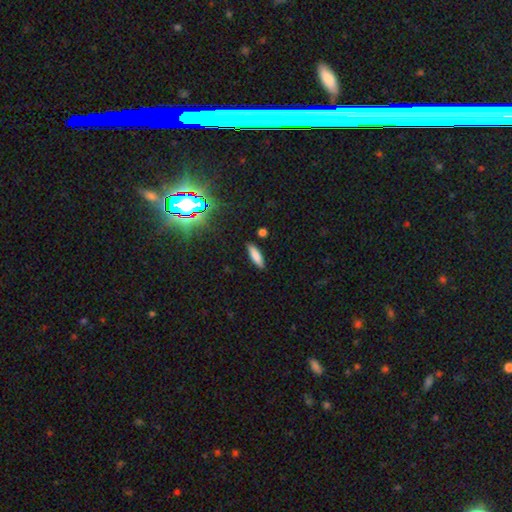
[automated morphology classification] A smooth galaxy with no disk features (80%) that is cigar-shaped (55%). Merging: none (88%).